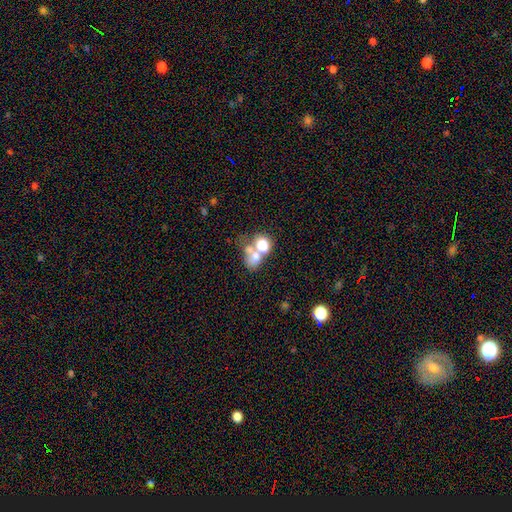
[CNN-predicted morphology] type=smooth (62%); roundness=round (53%); merging=merger (62%).